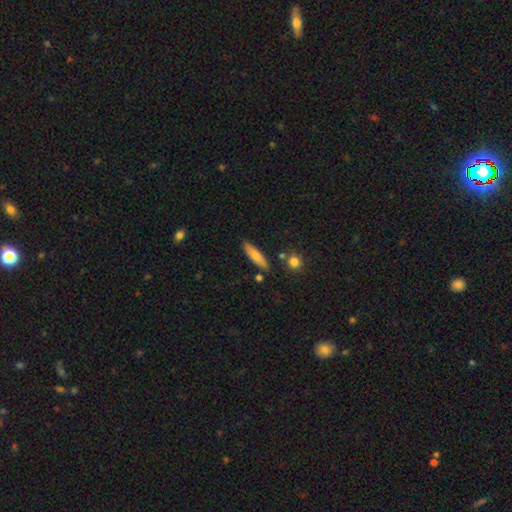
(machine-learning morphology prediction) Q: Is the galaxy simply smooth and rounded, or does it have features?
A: smooth — 70%.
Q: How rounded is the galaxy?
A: cigar-shaped — 76%.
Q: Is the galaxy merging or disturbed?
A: none — 83%.